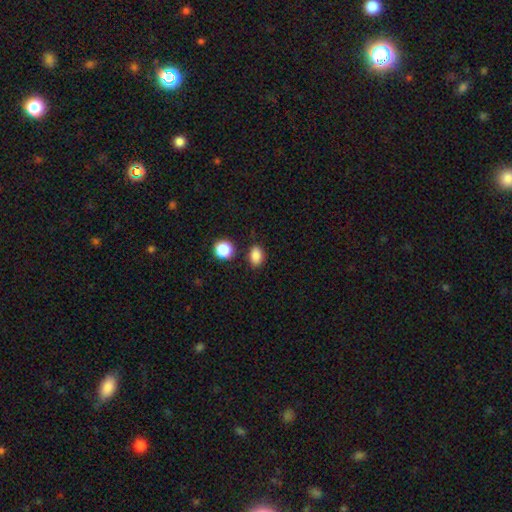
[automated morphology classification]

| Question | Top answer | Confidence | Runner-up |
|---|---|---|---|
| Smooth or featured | smooth | 86% | star or artifact (10%) |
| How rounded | in between | 74% | round (24%) |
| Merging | none | 82% | minor disturbance (10%) |